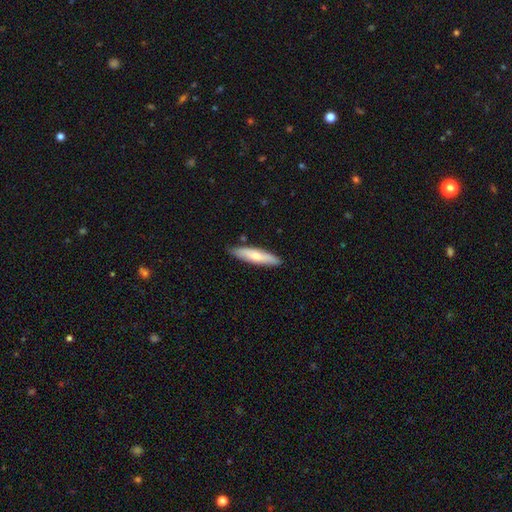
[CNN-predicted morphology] smooth-or-featured: smooth: 69% | featured or disk: 26% | star or artifact: 5%
  how-rounded: cigar-shaped: 80% | in between: 19% | round: 1%
  merging: none: 85% | minor disturbance: 11% | major disturbance: 2% | merger: 2%